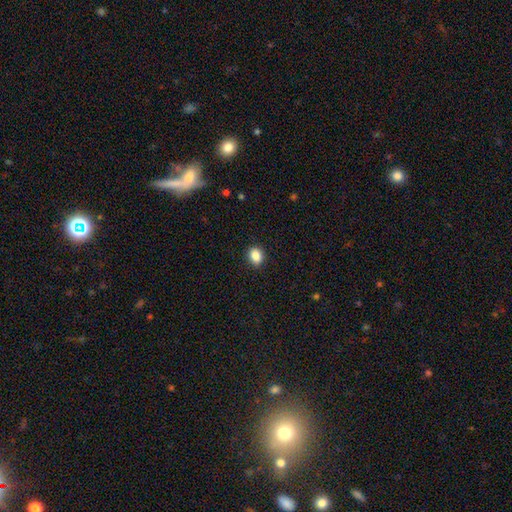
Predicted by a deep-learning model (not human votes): This is clearly a smooth galaxy (86%). How rounded: possibly in between (52%). Merging: clearly none (89%).